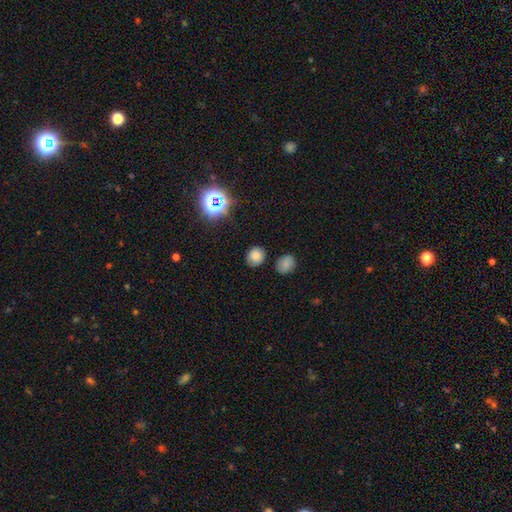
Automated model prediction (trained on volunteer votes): Smooth or featured? Predicted: smooth (p=0.76). How rounded? Predicted: round (p=0.65). Merging? Predicted: none (p=0.78).